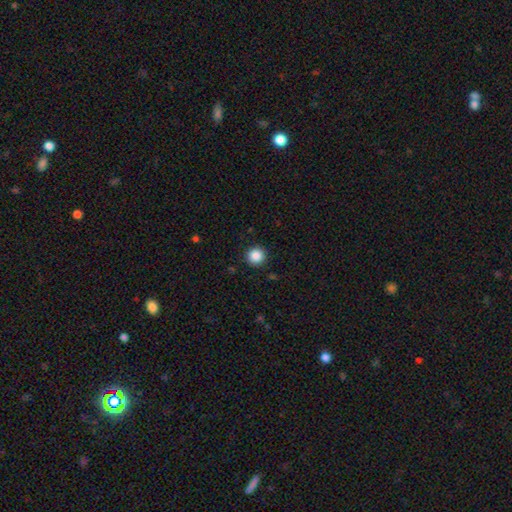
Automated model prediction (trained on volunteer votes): Smooth or featured?
  - smooth: 87% *
  - star or artifact: 10%
  - featured or disk: 3%
How rounded?
  - round: 95% *
  - in between: 4%
  - cigar-shaped: 1%
Merging?
  - none: 91% *
  - minor disturbance: 6%
  - major disturbance: 2%
  - merger: 1%